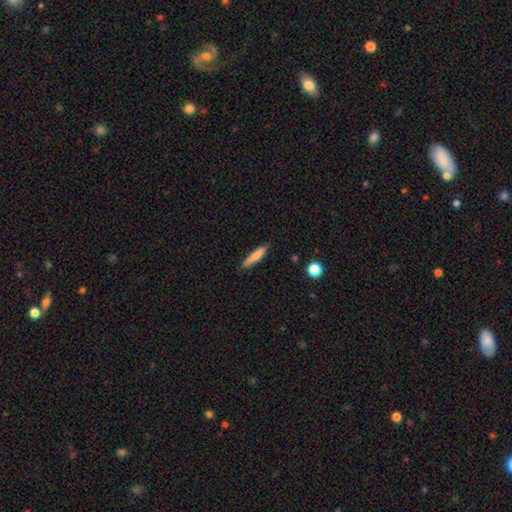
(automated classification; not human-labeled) Smooth or featured? Predicted: smooth (p=0.78). How rounded? Predicted: cigar-shaped (p=0.88). Merging? Predicted: none (p=0.87).